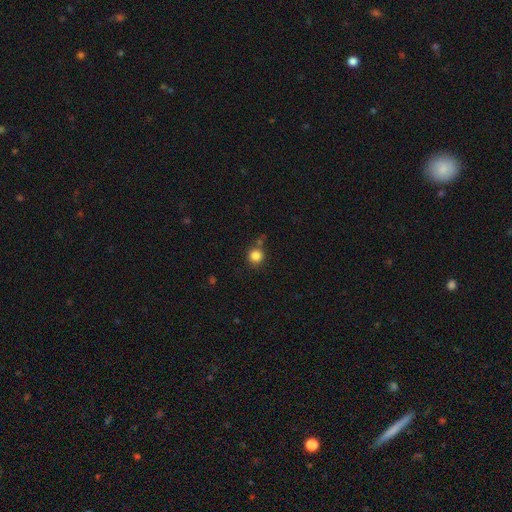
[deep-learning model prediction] This is clearly a smooth galaxy (84%). How rounded: clearly round (93%). Merging: likely none (76%).